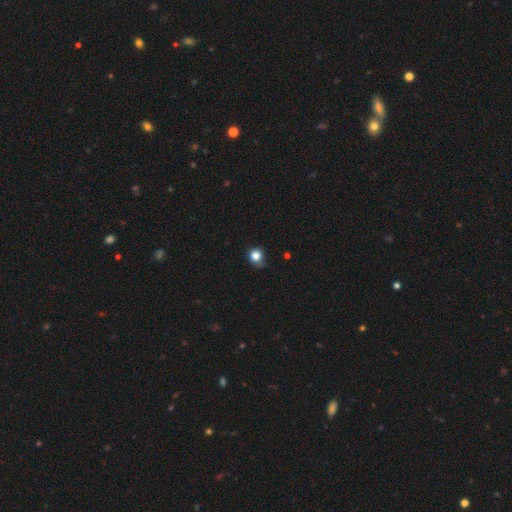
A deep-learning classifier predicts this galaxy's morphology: Smooth or featured? Predicted: smooth (p=0.82). How rounded? Predicted: round (p=0.85). Merging? Predicted: none (p=0.66).